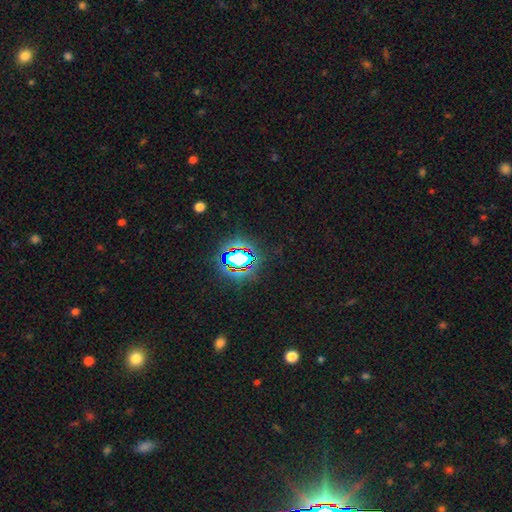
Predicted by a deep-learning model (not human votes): The model was most divided on "smooth or featured": star or artifact: 82%, smooth: 11%, featured or disk: 7%.